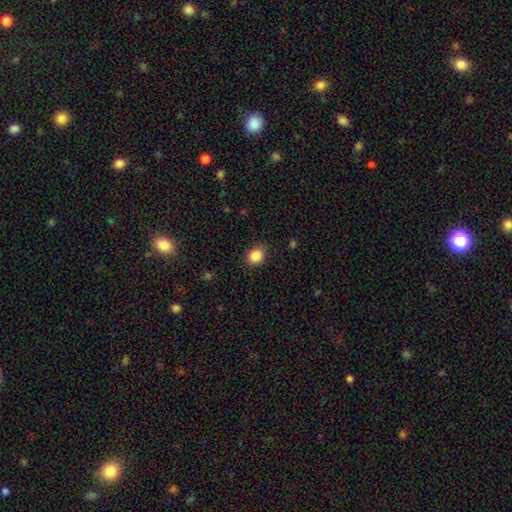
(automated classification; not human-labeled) Smooth or featured?
  - smooth: 86% *
  - star or artifact: 10%
  - featured or disk: 4%
How rounded?
  - round: 64% *
  - in between: 35%
  - cigar-shaped: 1%
Merging?
  - none: 84% *
  - minor disturbance: 12%
  - major disturbance: 3%
  - merger: 1%